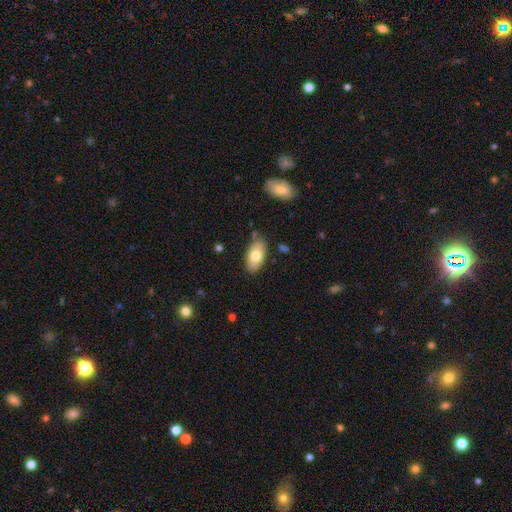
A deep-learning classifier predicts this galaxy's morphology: smooth-or-featured: smooth: 73% | featured or disk: 21% | star or artifact: 6%
  how-rounded: in between: 93% | round: 4% | cigar-shaped: 3%
  merging: none: 81% | minor disturbance: 13% | merger: 3% | major disturbance: 3%